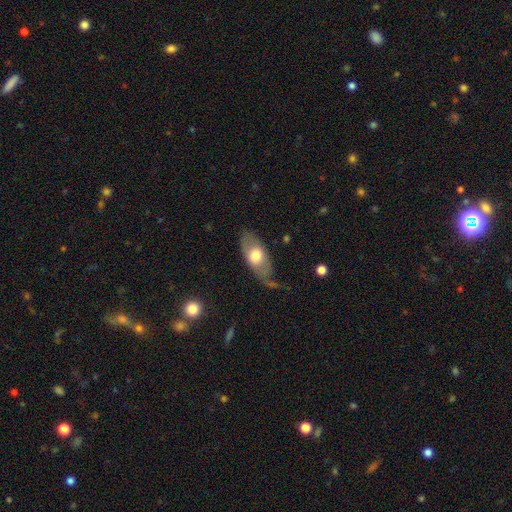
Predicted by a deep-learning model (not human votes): The model was most divided on "smooth or featured": smooth: 57%, featured or disk: 37%, star or artifact: 6%. More confident: how rounded — in between (86%); merging — none (53%).